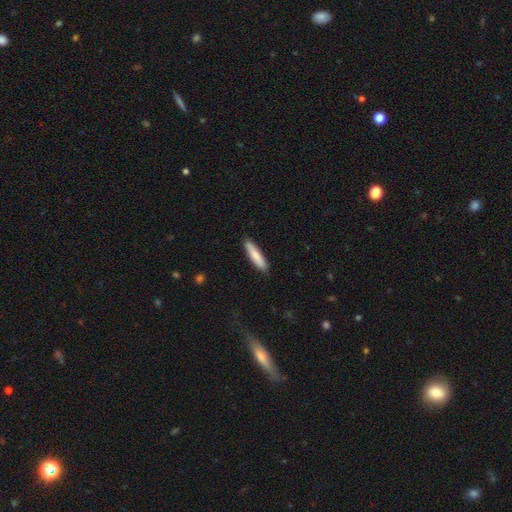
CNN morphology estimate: Smooth or featured: smooth — 82% (featured or disk — 12%)
How rounded: cigar-shaped — 81% (in between — 18%)
Merging: none — 89% (minor disturbance — 8%)